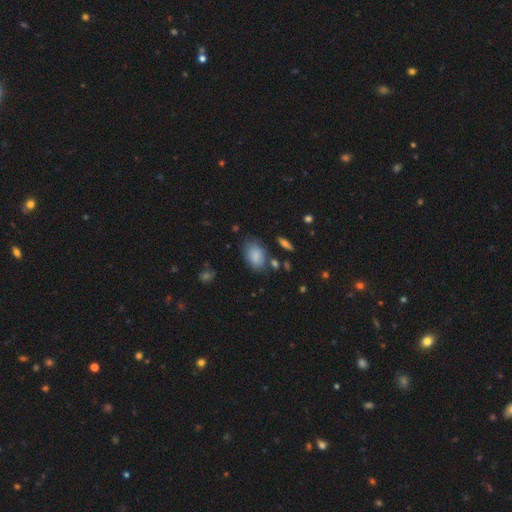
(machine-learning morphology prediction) A smooth galaxy with no disk features (85%) that is in between round and cigar-shaped (85%).

Vote fractions:
- Smooth or featured? smooth: 85% / star or artifact: 7% / featured or disk: 7%
- How rounded? in between: 85% / round: 13% / cigar-shaped: 1%
- Merging? none: 69% / minor disturbance: 21% / major disturbance: 6% / merger: 4%